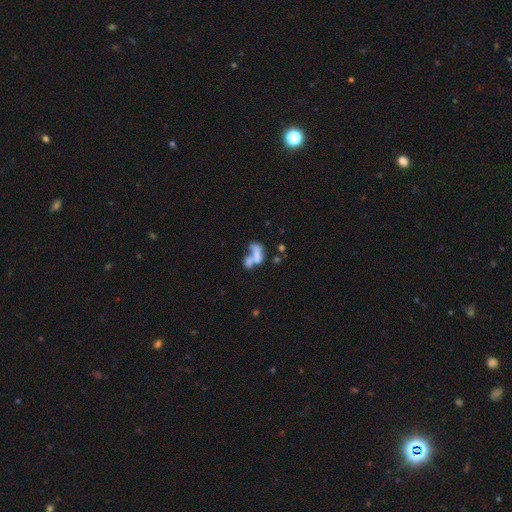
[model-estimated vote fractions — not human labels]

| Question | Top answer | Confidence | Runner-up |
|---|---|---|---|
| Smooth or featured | smooth | 50% | featured or disk (37%) |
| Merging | merger | 60% | major disturbance (16%) |